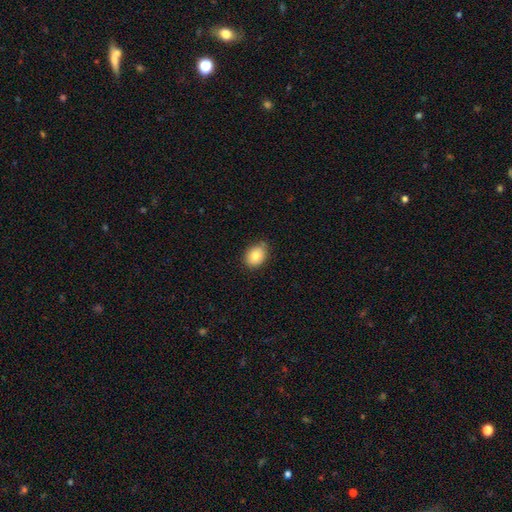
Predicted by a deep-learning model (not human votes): A smooth galaxy with no disk features (84%) that is in between round and cigar-shaped (60%). Merging: none (77%).